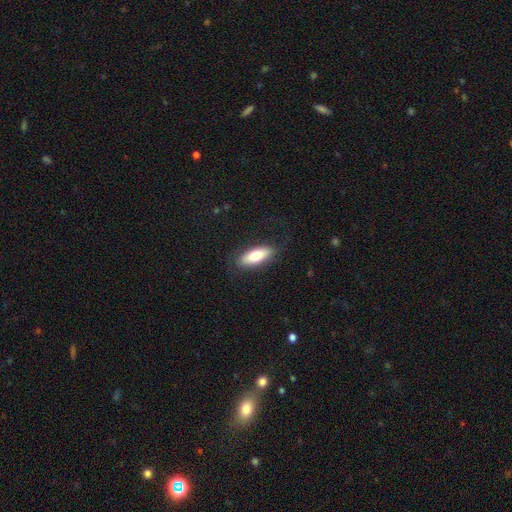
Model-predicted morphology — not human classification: This appears to be a smooth galaxy with no disk features (79%) that is in between round and cigar-shaped (71%). Merging: none (83%).